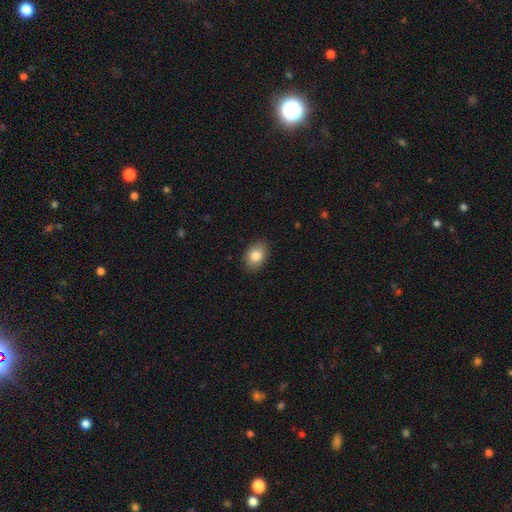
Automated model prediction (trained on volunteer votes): smooth_or_featured: smooth (p=0.85) [alt: star or artifact p=0.08]
how_rounded: in between (p=0.78) [alt: round p=0.21]
merging: none (p=0.87) [alt: minor disturbance p=0.10]